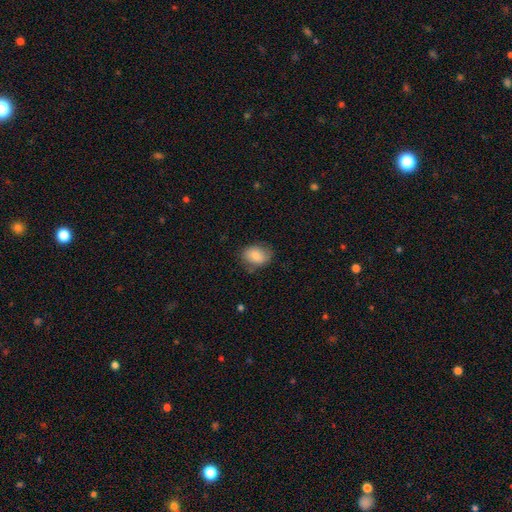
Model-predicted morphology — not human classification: Q: Smooth or featured?
A: smooth (77%); runner-up: featured or disk (15%)
Q: How rounded?
A: in between (68%); runner-up: round (31%)
Q: Merging?
A: none (69%); runner-up: minor disturbance (23%)